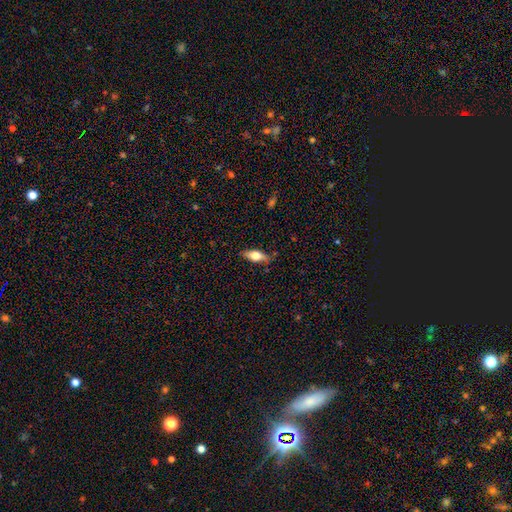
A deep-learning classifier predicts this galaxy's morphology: Smooth or featured?
  - smooth: 57% *
  - featured or disk: 36%
  - star or artifact: 7%
How rounded?
  - in between: 67% *
  - cigar-shaped: 29%
  - round: 4%
Merging?
  - none: 82% *
  - minor disturbance: 14%
  - major disturbance: 3%
  - merger: 1%